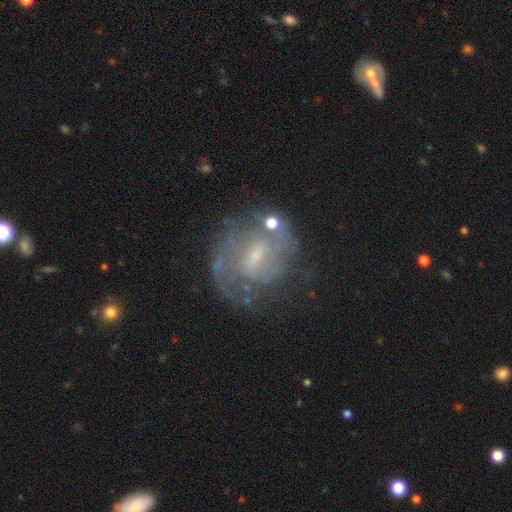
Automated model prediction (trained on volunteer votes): Smooth or featured? Predicted: featured or disk (p=0.80). Edge-on disk? Predicted: no (p=0.97). Bar? Predicted: weak (p=0.59). Spiral arms? Predicted: yes (p=0.88). Spiral winding? Predicted: tight (p=0.47). Spiral arm count? Predicted: 2 (p=0.41). Bulge size? Predicted: small (p=0.63). Merging? Predicted: none (p=0.65).